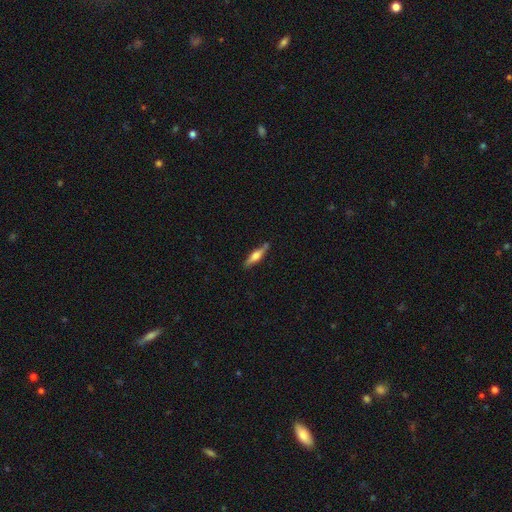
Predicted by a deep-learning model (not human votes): Smooth or featured?
  - featured or disk: 53% *
  - smooth: 41%
  - star or artifact: 6%
Edge-on disk?
  - yes: 95% *
  - no: 5%
Edge-on bulge?
  - rounded: 85% *
  - boxy: 11%
  - none: 4%
Merging?
  - none: 82% *
  - minor disturbance: 13%
  - merger: 3%
  - major disturbance: 2%